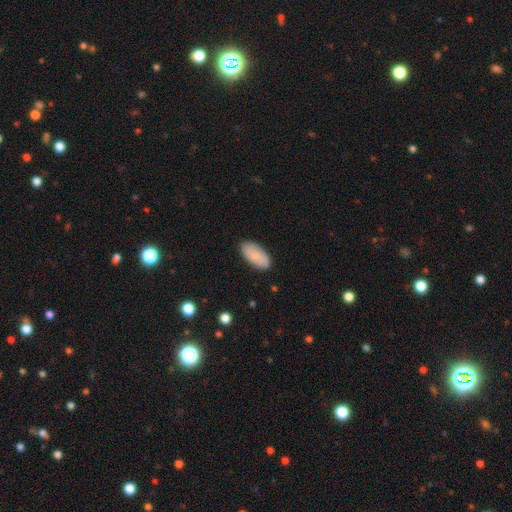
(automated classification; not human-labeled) Q: Smooth or featured?
A: smooth (78%); runner-up: featured or disk (16%)
Q: How rounded?
A: in between (93%); runner-up: cigar-shaped (4%)
Q: Merging?
A: none (85%); runner-up: minor disturbance (12%)